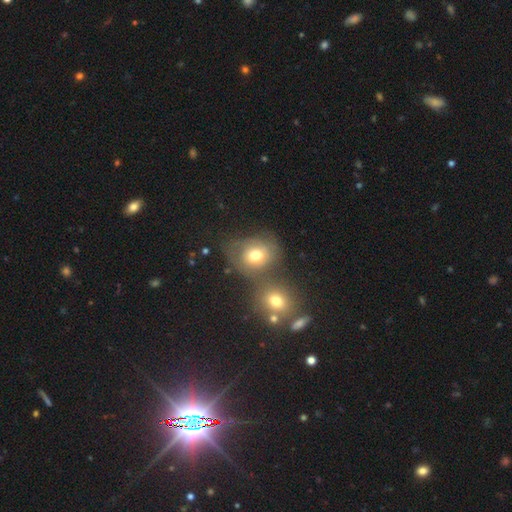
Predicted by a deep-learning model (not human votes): The model was most divided on "merging": none: 40%, merger: 39%, minor disturbance: 13%, major disturbance: 8%. More confident: how rounded — round (67%); smooth or featured — smooth (66%).